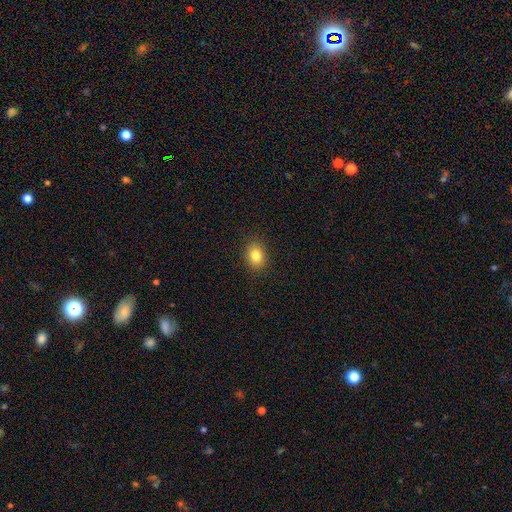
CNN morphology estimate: The model was most divided on "how rounded": in between: 59%, round: 40%, cigar-shaped: 1%. More confident: merging — none (89%); smooth or featured — smooth (83%).